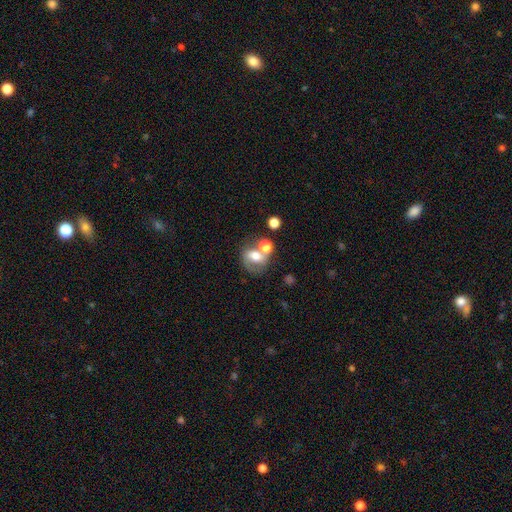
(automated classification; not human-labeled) Smooth or featured? Predicted: smooth (p=0.52). How rounded? Predicted: round (p=0.55). Merging? Predicted: none (p=0.39).